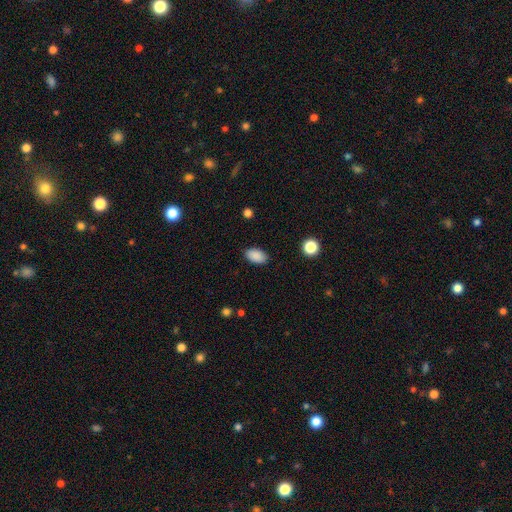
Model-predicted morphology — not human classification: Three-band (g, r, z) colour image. It shows a smooth galaxy with no disk features (89%) that is in between round and cigar-shaped (92%). Merging: none (87%).